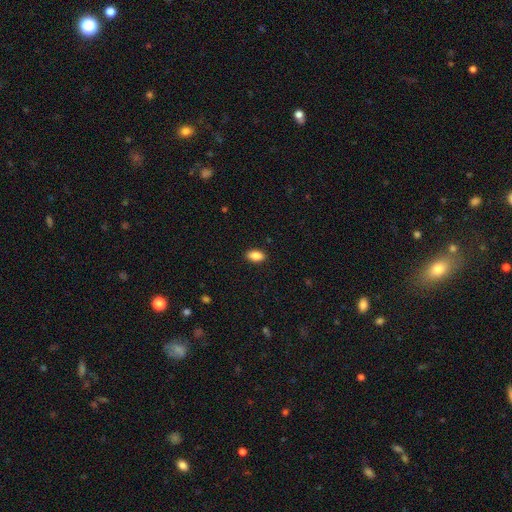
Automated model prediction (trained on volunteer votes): A smooth galaxy with no disk features (88%) that is in between round and cigar-shaped (92%).

Vote fractions:
- Smooth or featured? smooth: 88% / star or artifact: 8% / featured or disk: 5%
- How rounded? in between: 92% / round: 5% / cigar-shaped: 3%
- Merging? none: 90% / minor disturbance: 8% / major disturbance: 2% / merger: 1%